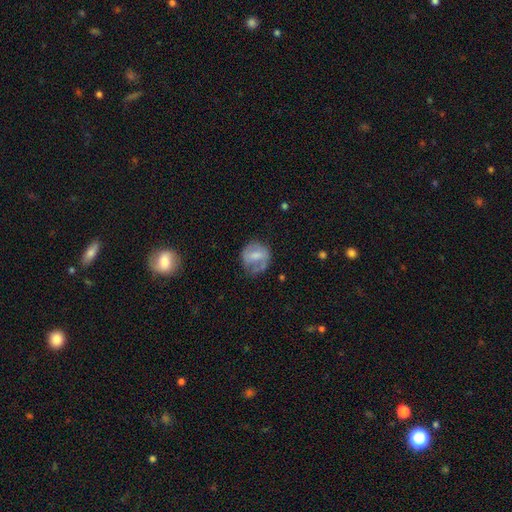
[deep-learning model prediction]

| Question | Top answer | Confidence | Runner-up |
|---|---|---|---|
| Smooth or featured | smooth | 48% | featured or disk (44%) |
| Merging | none | 52% | minor disturbance (28%) |